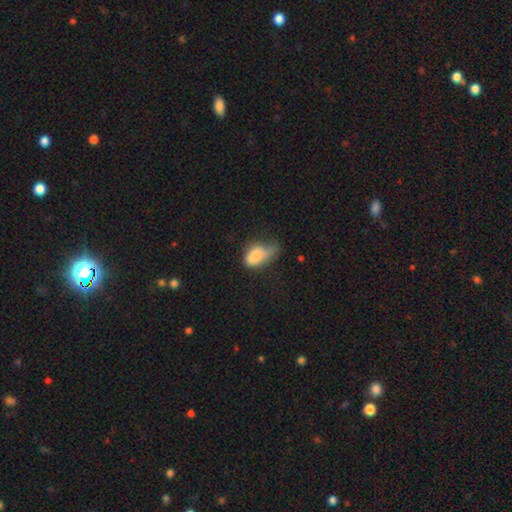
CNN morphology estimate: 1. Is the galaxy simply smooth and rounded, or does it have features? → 78% smooth, 13% featured or disk, 9% star or artifact.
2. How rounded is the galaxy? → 89% in between, 8% round, 4% cigar-shaped.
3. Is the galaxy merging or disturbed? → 38% minor disturbance (tied), 38% major disturbance (tied), 19% none, 5% merger.